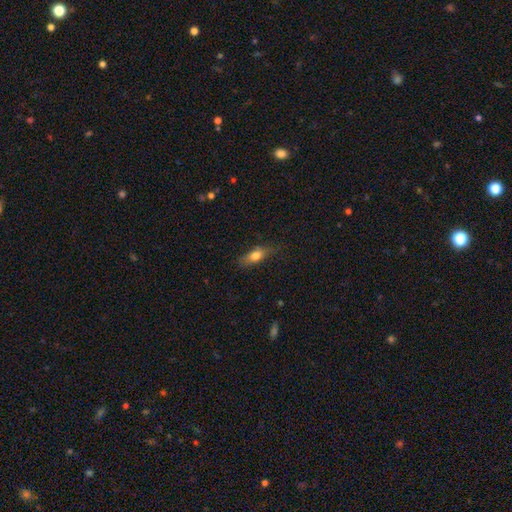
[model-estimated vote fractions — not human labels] The model was most divided on "how rounded": in between: 64%, cigar-shaped: 30%, round: 6%. More confident: merging — none (70%); smooth or featured — smooth (70%).